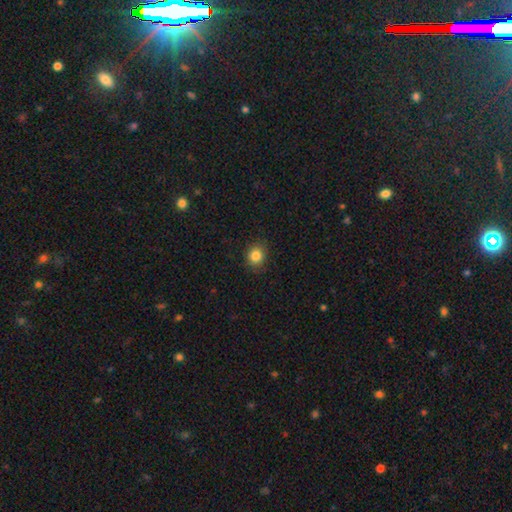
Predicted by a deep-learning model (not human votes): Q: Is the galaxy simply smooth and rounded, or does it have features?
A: smooth — 84%.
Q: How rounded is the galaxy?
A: round — 73%.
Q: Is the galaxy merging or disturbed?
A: none — 85%.